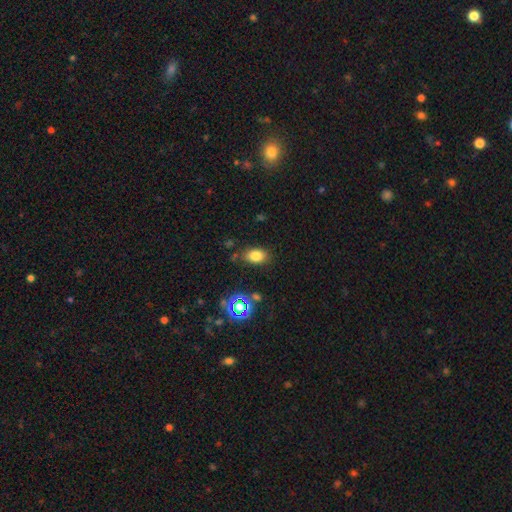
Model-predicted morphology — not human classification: type=smooth (79%); roundness=in between (83%); merging=none (78%).